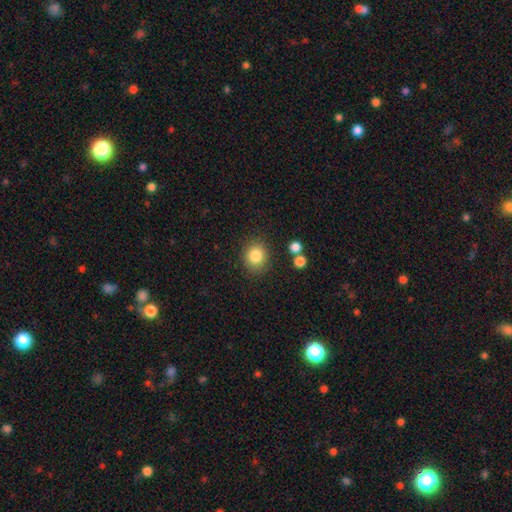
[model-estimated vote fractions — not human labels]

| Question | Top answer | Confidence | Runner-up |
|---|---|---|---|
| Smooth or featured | smooth | 83% | star or artifact (10%) |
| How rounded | round | 83% | in between (16%) |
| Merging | none | 84% | minor disturbance (9%) |